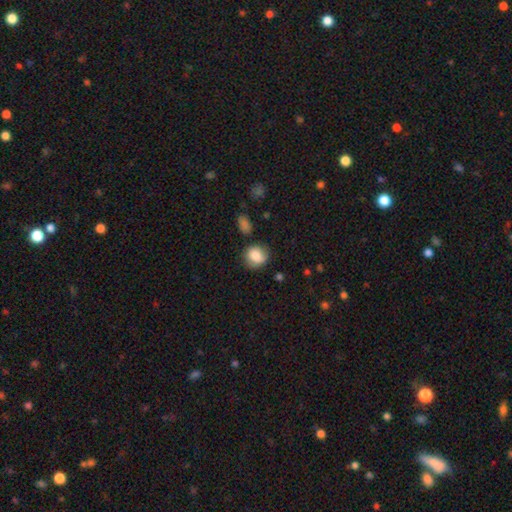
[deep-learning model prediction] A smooth galaxy with no disk features (81%) that is round (77%).

Vote fractions:
- Smooth or featured? smooth: 81% / featured or disk: 11% / star or artifact: 8%
- How rounded? round: 77% / in between: 22% / cigar-shaped: 1%
- Merging? none: 80% / minor disturbance: 14% / major disturbance: 3% / merger: 3%